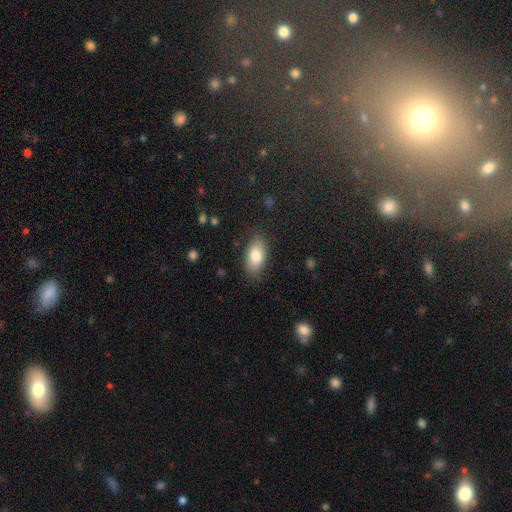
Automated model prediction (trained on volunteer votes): Smooth or featured? smooth (82%)
How rounded? in between (91%)
Merging? none (80%)